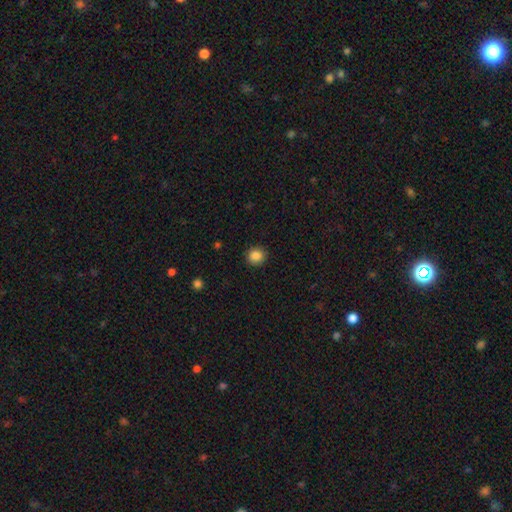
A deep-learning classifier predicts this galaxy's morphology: Smooth or featured: smooth — 86% (star or artifact — 10%)
How rounded: round — 84% (in between — 15%)
Merging: none — 90% (minor disturbance — 7%)